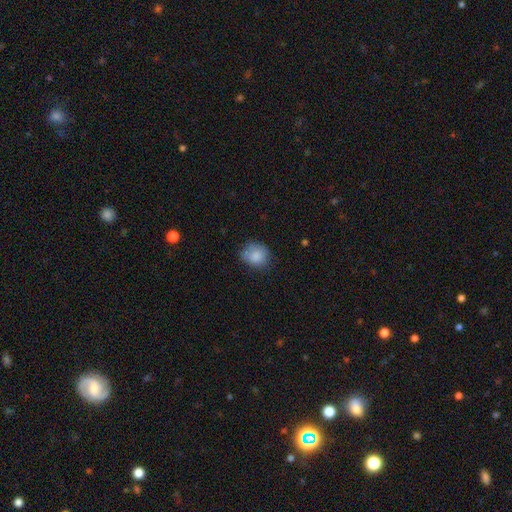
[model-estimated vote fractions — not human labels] smooth-or-featured: smooth: 83% | star or artifact: 8% | featured or disk: 8%
  how-rounded: round: 69% | in between: 30% | cigar-shaped: 1%
  merging: none: 62% | minor disturbance: 28% | major disturbance: 7% | merger: 3%